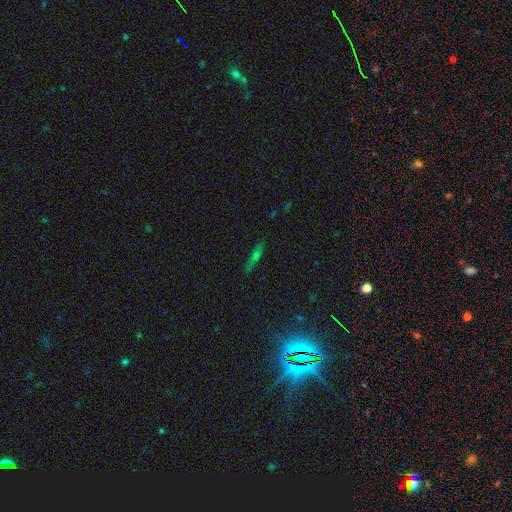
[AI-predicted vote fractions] The model was most divided on "smooth or featured": featured or disk: 45%, smooth: 32%, star or artifact: 23%. More confident: merging — none (84%).